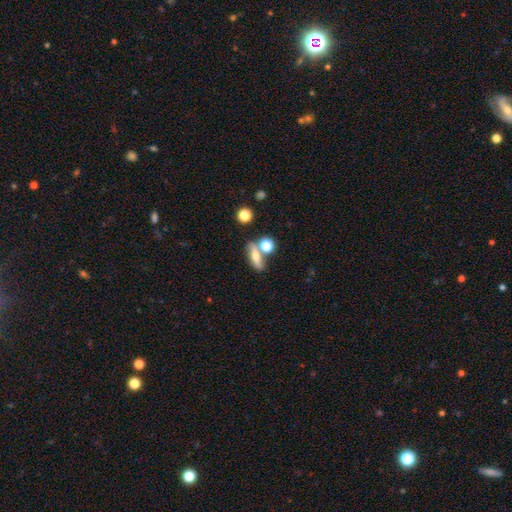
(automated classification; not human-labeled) Smooth or featured? smooth (53%)
How rounded? in between (43%)
Merging? none (60%)